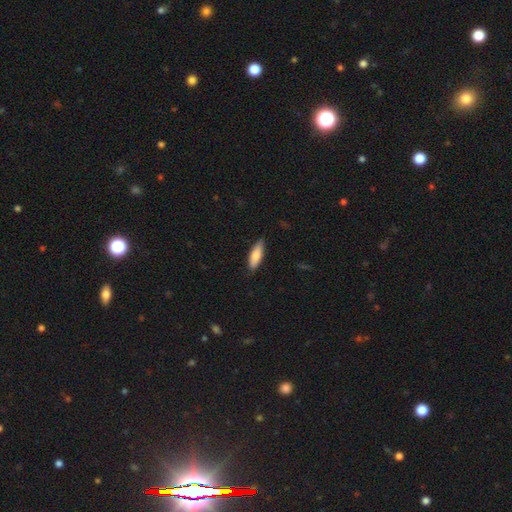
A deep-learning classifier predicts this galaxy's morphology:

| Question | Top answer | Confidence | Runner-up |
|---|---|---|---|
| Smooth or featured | smooth | 80% | featured or disk (14%) |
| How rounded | in between | 54% | cigar-shaped (45%) |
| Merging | none | 84% | minor disturbance (13%) |